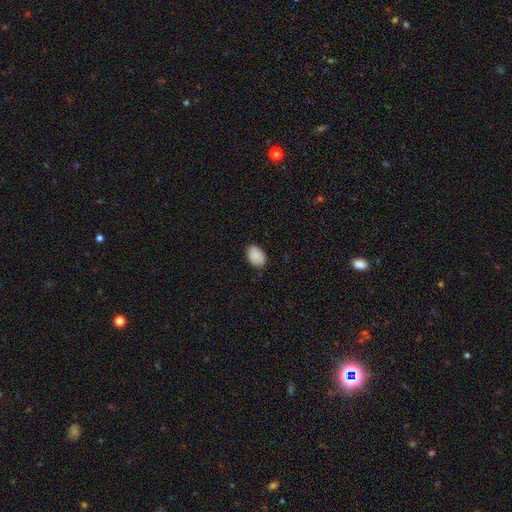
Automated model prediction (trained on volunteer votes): Morphology: type=smooth (89%); roundness=in between (85%); merging=none (84%).